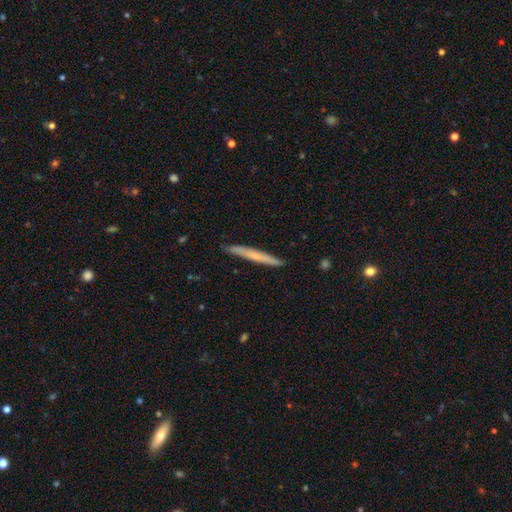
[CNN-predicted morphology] A smooth galaxy with no disk features (55%) that is cigar-shaped (97%).

Vote fractions:
- Smooth or featured? smooth: 55% / featured or disk: 39% / star or artifact: 6%
- How rounded? cigar-shaped: 97% / in between: 2% / round: 1%
- Merging? none: 91% / minor disturbance: 7% / major disturbance: 1% / merger: 1%